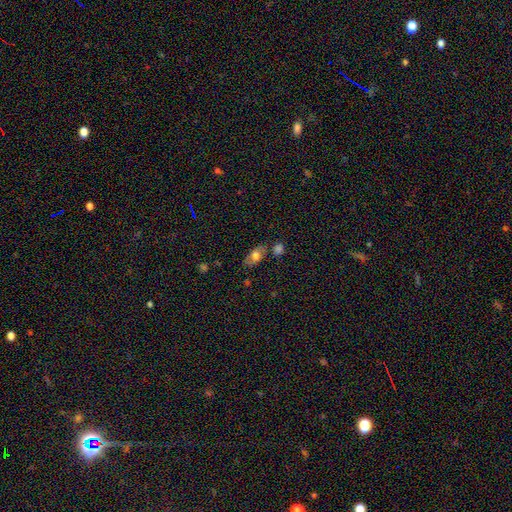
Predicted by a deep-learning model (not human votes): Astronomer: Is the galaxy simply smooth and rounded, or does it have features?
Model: smooth — 64%.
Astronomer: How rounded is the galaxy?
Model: in between — 86%.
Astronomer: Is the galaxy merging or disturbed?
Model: none — 66%.